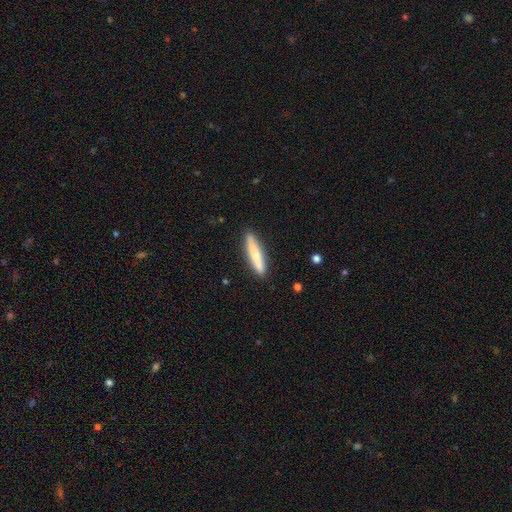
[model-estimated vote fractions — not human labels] This is likely a smooth galaxy (76%). How rounded: clearly cigar-shaped (90%). Merging: clearly none (88%).